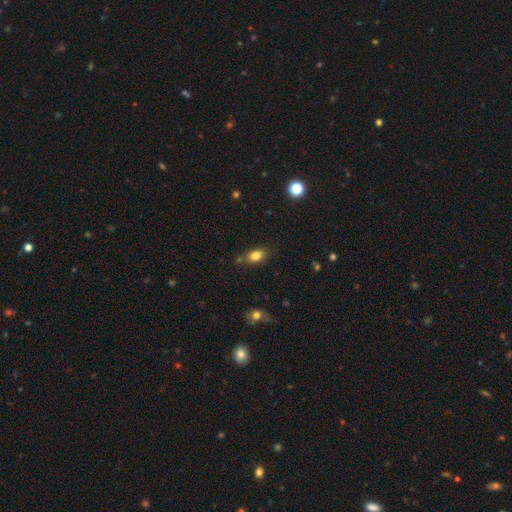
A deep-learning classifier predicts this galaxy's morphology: A smooth galaxy with no disk features (81%) that is in between round and cigar-shaped (76%). Merging: none (71%).